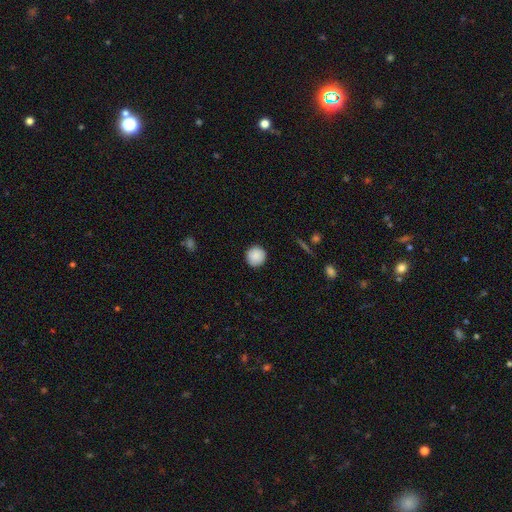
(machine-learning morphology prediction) type=smooth (89%); roundness=round (95%); merging=none (90%).